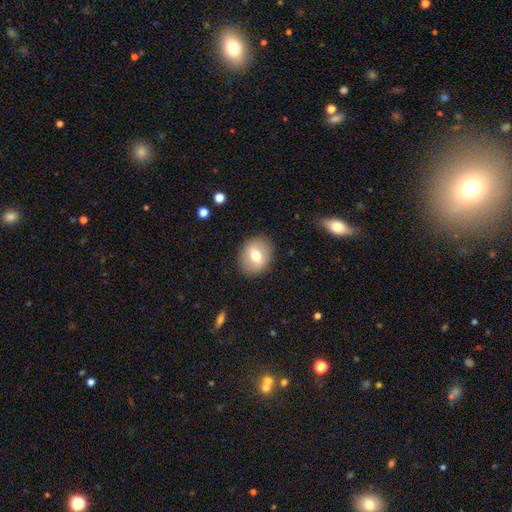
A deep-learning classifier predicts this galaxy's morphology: This appears to be a smooth galaxy with no disk features (65%) that is round (61%). Merging: none (88%).